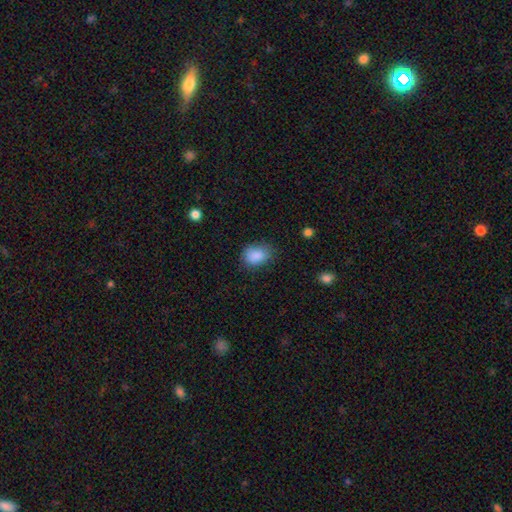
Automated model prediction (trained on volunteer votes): Q: Smooth or featured?
A: smooth (87%); runner-up: star or artifact (9%)
Q: How rounded?
A: in between (67%); runner-up: round (32%)
Q: Merging?
A: none (70%); runner-up: minor disturbance (23%)